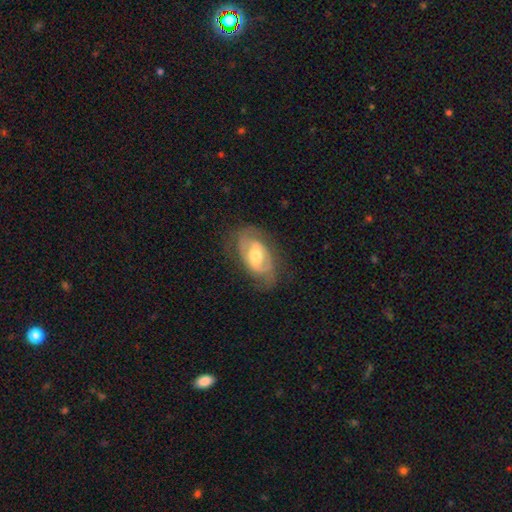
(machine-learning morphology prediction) Smooth or featured: featured or disk — 69% (smooth — 24%)
Edge-on disk: no — 93% (yes — 7%)
Bar: no — 47% (weak — 37%)
Spiral arms: yes — 66% (no — 34%)
Bulge size: moderate — 72% (small — 17%)
Merging: none — 68% (minor disturbance — 21%)